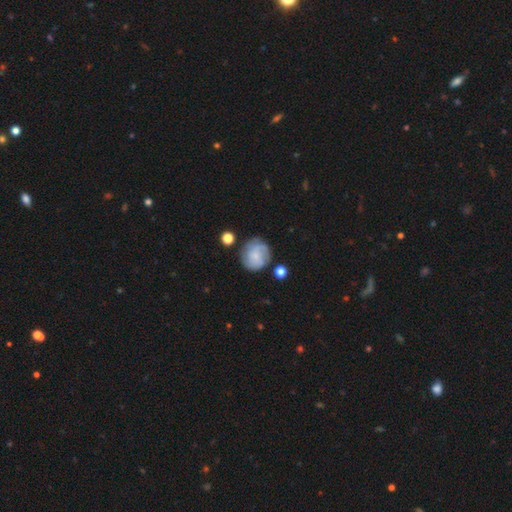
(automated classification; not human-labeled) Morphology: type=featured or disk (47%); merging=none (70%).